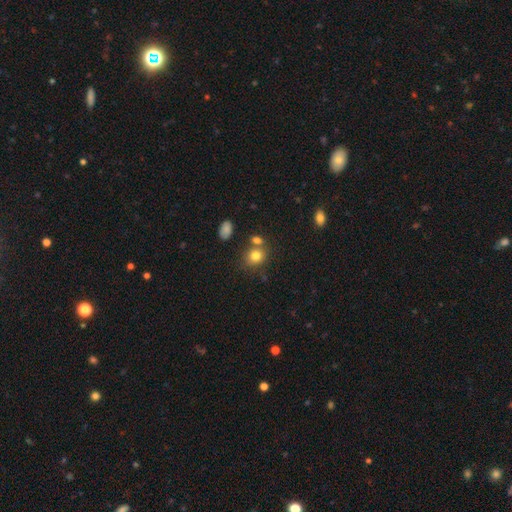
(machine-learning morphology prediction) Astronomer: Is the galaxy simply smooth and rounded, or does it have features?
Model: smooth — 79%.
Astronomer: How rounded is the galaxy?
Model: round — 66%.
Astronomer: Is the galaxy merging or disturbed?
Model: none — 63%.